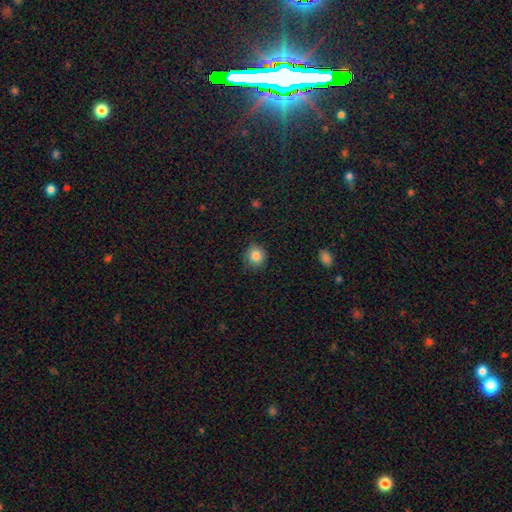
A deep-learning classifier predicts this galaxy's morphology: smooth_or_featured: smooth (p=0.84) [alt: star or artifact p=0.10]
how_rounded: round (p=0.87) [alt: in between p=0.12]
merging: none (p=0.83) [alt: minor disturbance p=0.13]